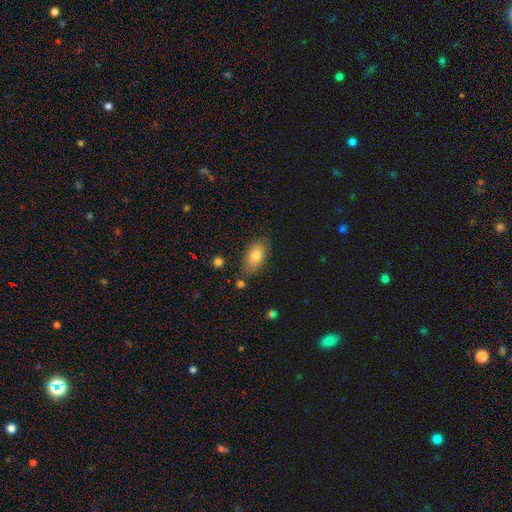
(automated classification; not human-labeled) This appears to be a smooth galaxy with no disk features (78%) that is in between round and cigar-shaped (90%). Merging: none (76%).